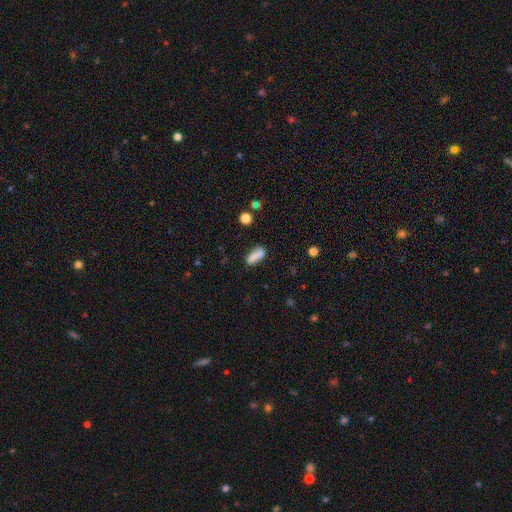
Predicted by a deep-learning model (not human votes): Smooth or featured? smooth (82%)
How rounded? in between (60%)
Merging? none (71%)